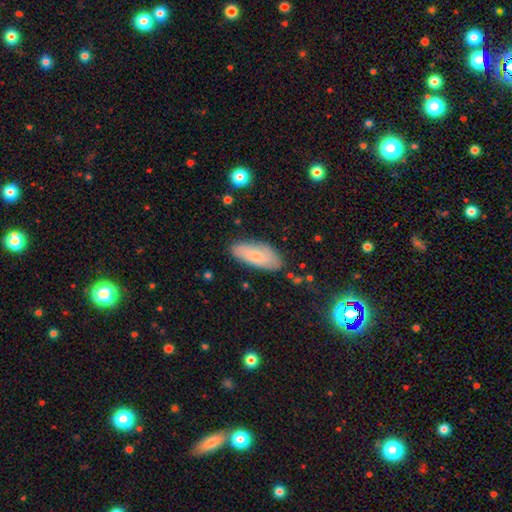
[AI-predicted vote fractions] This appears to be a smooth galaxy with no disk features (66%) that is in between round and cigar-shaped (80%). Merging: none (79%).